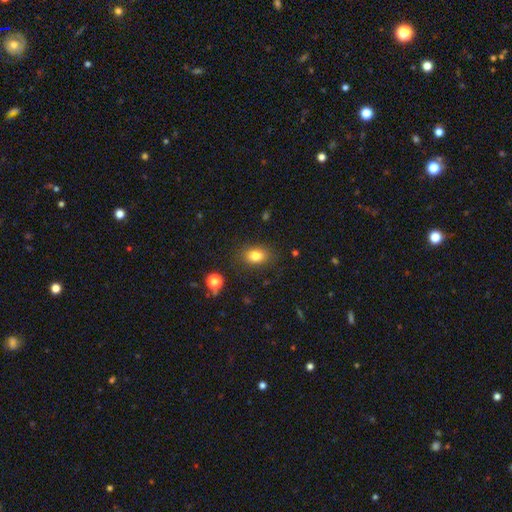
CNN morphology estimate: Smooth or featured? smooth (82%)
How rounded? in between (73%)
Merging? none (83%)